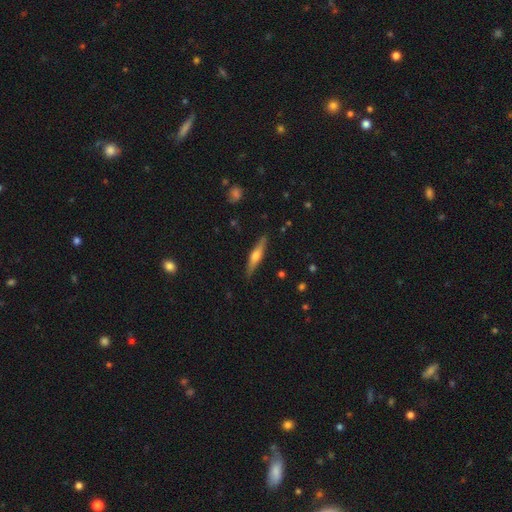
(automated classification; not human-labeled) The model was most divided on "smooth or featured": featured or disk: 59%, smooth: 35%, star or artifact: 6%. More confident: edge-on disk — yes (96%); merging — none (88%); edge-on bulge — rounded (87%).